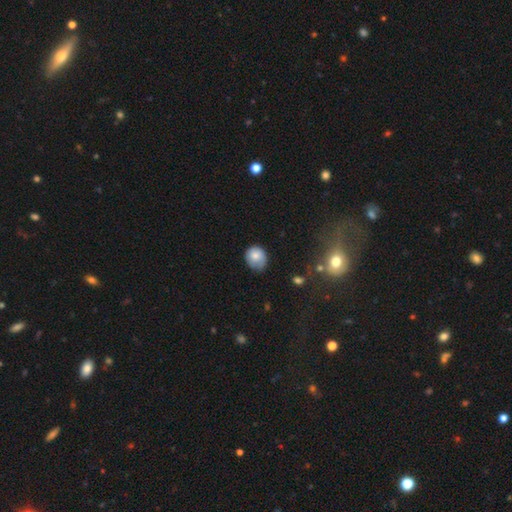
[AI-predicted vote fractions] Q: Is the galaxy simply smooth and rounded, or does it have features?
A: smooth — 77%.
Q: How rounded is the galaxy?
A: round — 65%.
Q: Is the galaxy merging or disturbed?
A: none — 58%.